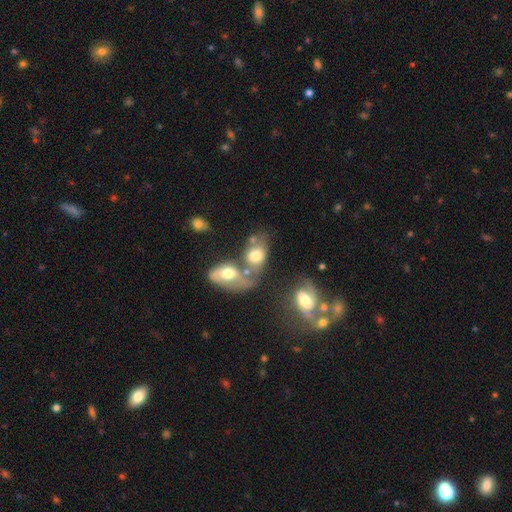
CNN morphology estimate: smooth_or_featured: smooth (p=0.65) [alt: featured or disk p=0.25]
how_rounded: in between (p=0.79) [alt: round p=0.20]
merging: merger (p=0.51) [alt: none p=0.27]